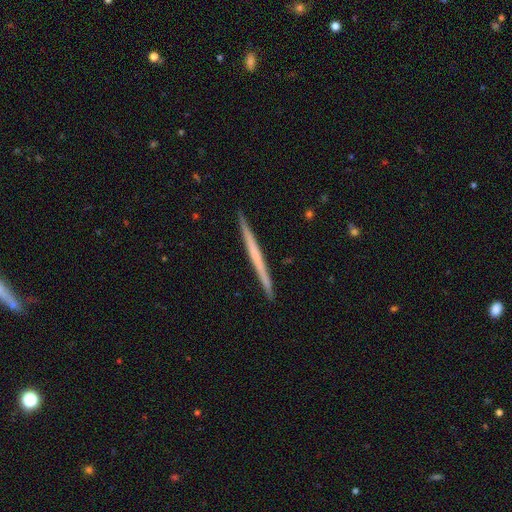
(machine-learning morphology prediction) This is possibly a featured or disk galaxy (55%). It is clearly viewed edge-on (98%). Edge-on bulge: clearly none (89%). Merging: clearly none (93%).